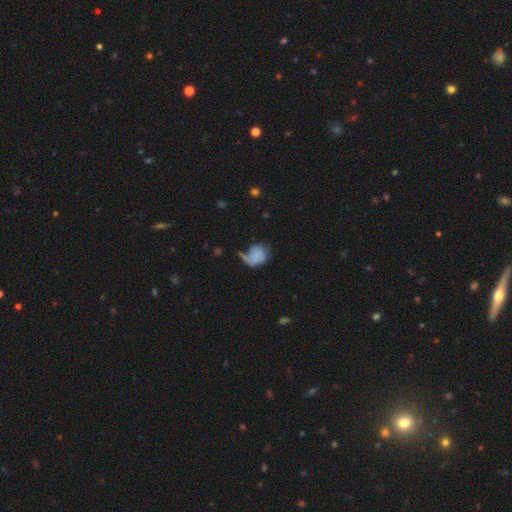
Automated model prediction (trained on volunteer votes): smooth_or_featured: smooth (p=0.67) [alt: featured or disk p=0.24]
how_rounded: round (p=0.55) [alt: in between p=0.44]
merging: none (p=0.34) [alt: major disturbance p=0.30]